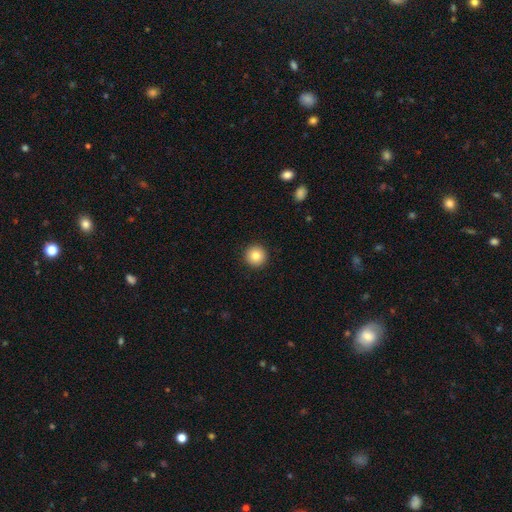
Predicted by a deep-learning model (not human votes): A smooth galaxy with no disk features (84%) that is round (96%).

Vote fractions:
- Smooth or featured? smooth: 84% / star or artifact: 9% / featured or disk: 7%
- How rounded? round: 96% / in between: 3% / cigar-shaped: 1%
- Merging? none: 93% / minor disturbance: 4% / major disturbance: 1% / merger: 1%